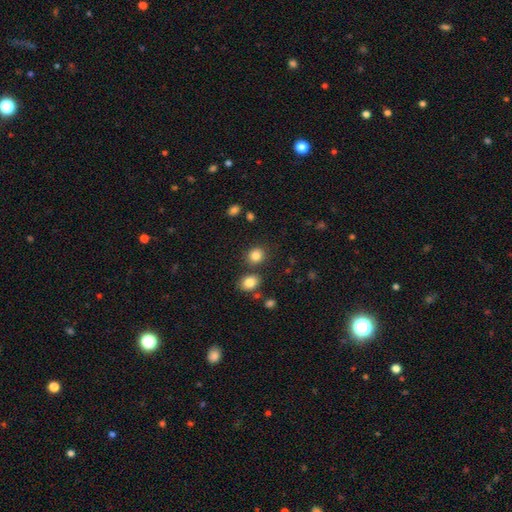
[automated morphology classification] Smooth or featured? Predicted: smooth (p=0.84). How rounded? Predicted: round (p=0.76). Merging? Predicted: none (p=0.77).